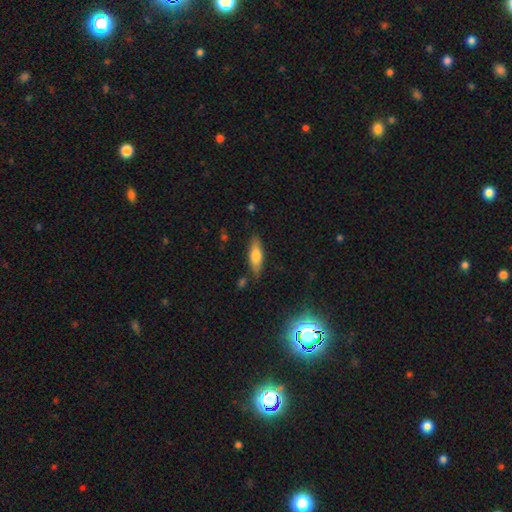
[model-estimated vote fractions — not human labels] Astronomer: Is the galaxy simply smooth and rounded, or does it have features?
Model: smooth — 65%.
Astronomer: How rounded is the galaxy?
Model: in between — 49% (runner-up: cigar-shaped, 48%).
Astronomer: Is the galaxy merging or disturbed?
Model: none — 81%.